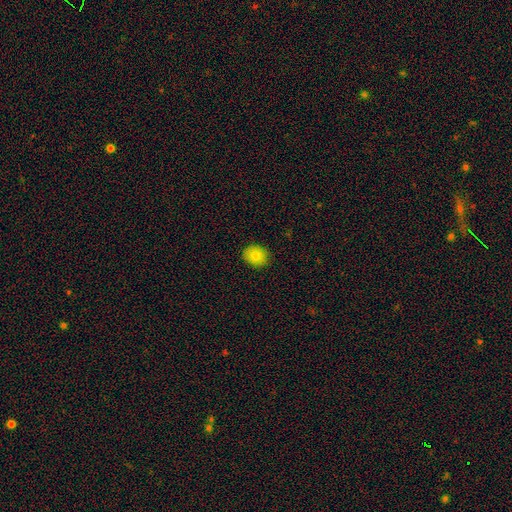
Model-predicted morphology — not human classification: Smooth or featured? smooth (84%)
How rounded? round (61%)
Merging? none (89%)